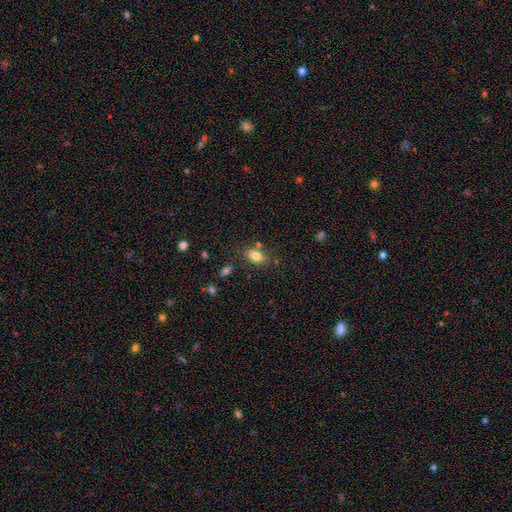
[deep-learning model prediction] Overall: smooth (81%). How rounded: in between (84%). Merging: none (75%).